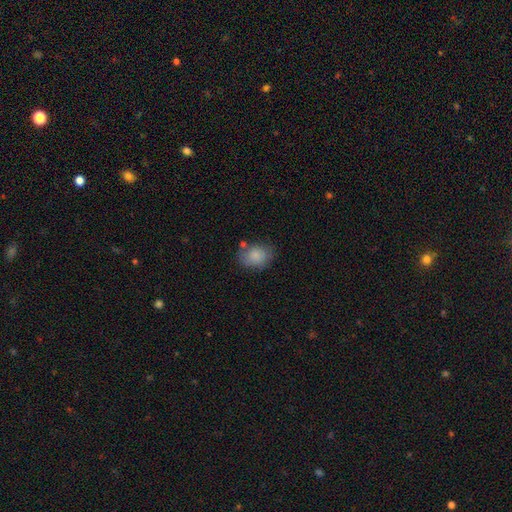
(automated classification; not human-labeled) Q: Smooth or featured?
A: smooth (83%); runner-up: featured or disk (9%)
Q: How rounded?
A: in between (55%); runner-up: round (44%)
Q: Merging?
A: none (64%); runner-up: minor disturbance (21%)